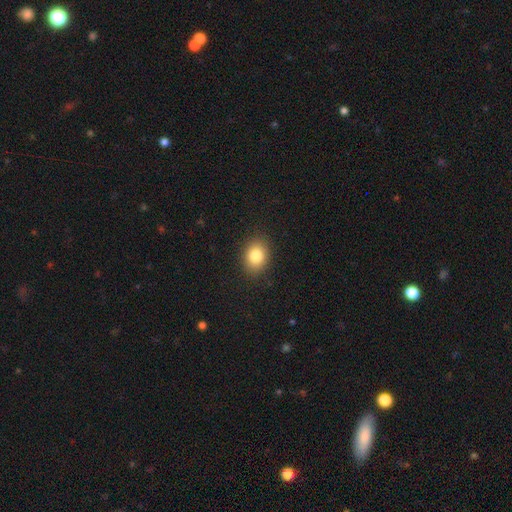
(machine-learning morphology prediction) type=smooth (82%); roundness=in between (58%); merging=none (88%).